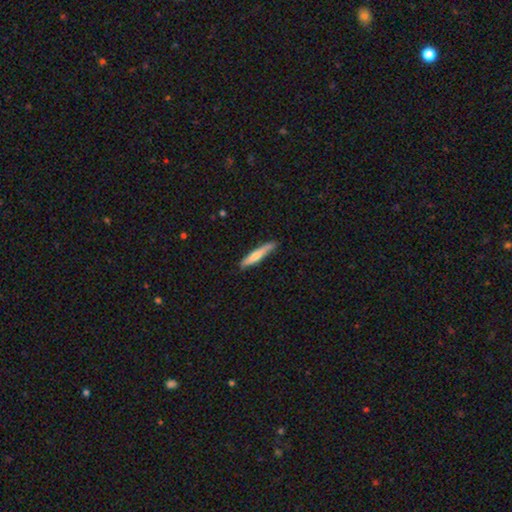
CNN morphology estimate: smooth 57%, featured or disk 37%, star or artifact 6%. Down the decision tree: how rounded — cigar-shaped (92%); merging — none (86%).